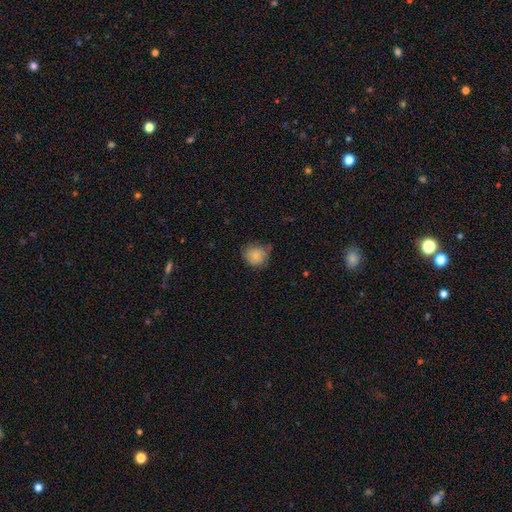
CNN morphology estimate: A smooth galaxy with no disk features (81%) that is round (80%). Merging: none (63%).